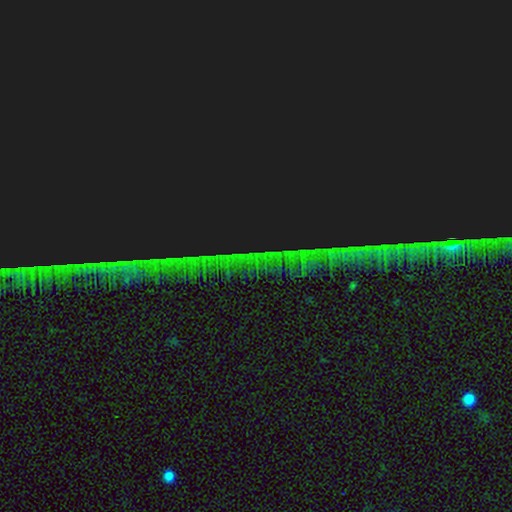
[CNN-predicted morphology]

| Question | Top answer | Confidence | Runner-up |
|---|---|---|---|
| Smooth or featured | star or artifact | 85% | featured or disk (8%) |